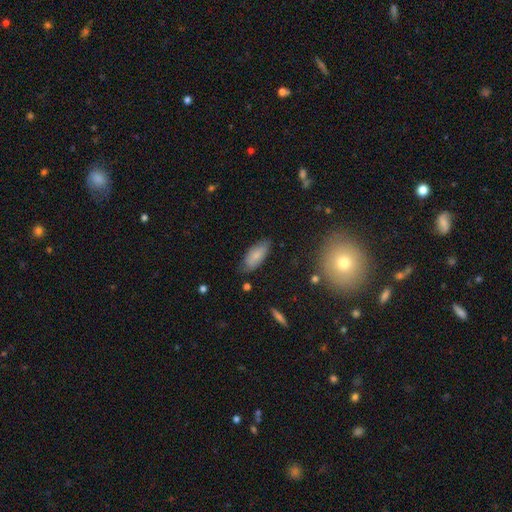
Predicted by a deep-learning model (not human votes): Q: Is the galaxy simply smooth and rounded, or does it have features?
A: smooth — 77%.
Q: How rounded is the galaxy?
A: in between — 85%.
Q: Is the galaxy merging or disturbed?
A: none — 70%.